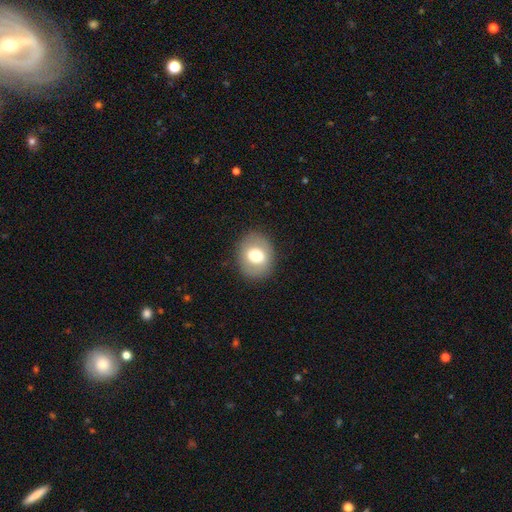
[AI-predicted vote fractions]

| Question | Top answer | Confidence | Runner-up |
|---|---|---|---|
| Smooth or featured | smooth | 66% | featured or disk (26%) |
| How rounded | round | 53% | in between (46%) |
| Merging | none | 86% | minor disturbance (9%) |